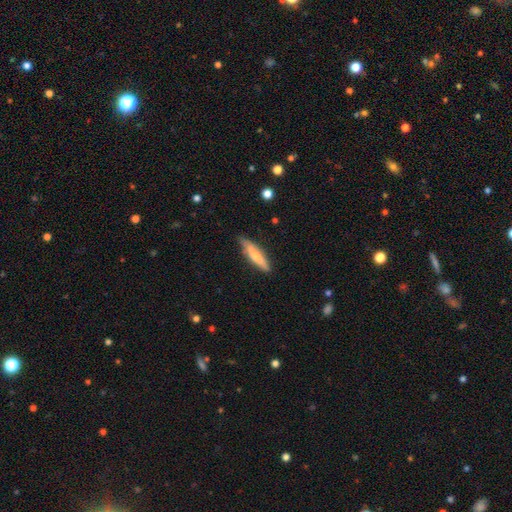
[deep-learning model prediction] smooth 63%, featured or disk 32%, star or artifact 6%. Down the decision tree: how rounded — cigar-shaped (82%); merging — none (79%).